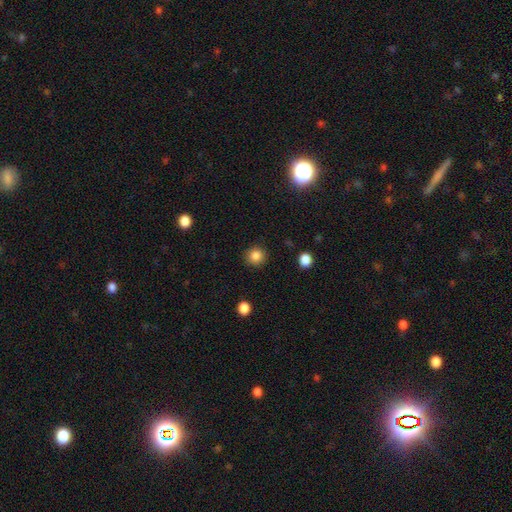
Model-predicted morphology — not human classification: The model was most divided on "smooth or featured": smooth: 85%, star or artifact: 11%, featured or disk: 4%. More confident: how rounded — round (92%); merging — none (91%).